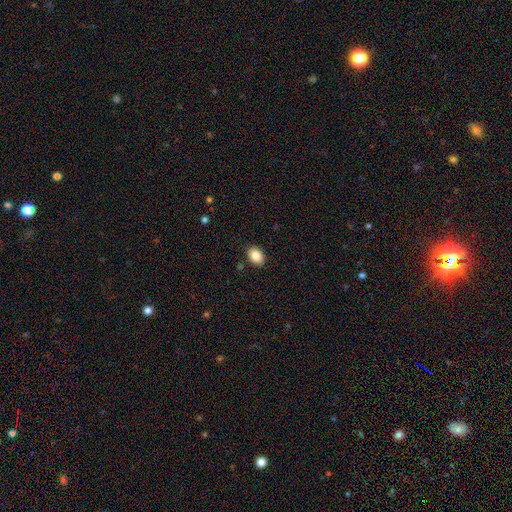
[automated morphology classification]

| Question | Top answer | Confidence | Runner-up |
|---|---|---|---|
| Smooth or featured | smooth | 87% | star or artifact (8%) |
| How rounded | in between | 81% | round (18%) |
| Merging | none | 88% | minor disturbance (9%) |